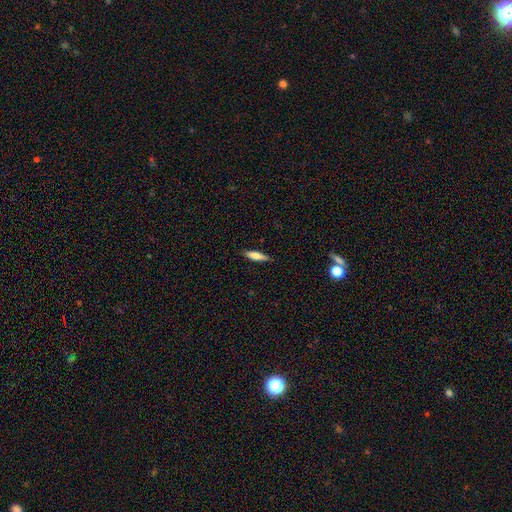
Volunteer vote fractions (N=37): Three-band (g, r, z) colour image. It shows a smooth galaxy with no disk features (73%) that is cigar-shaped (67%). Merging: none (80%).